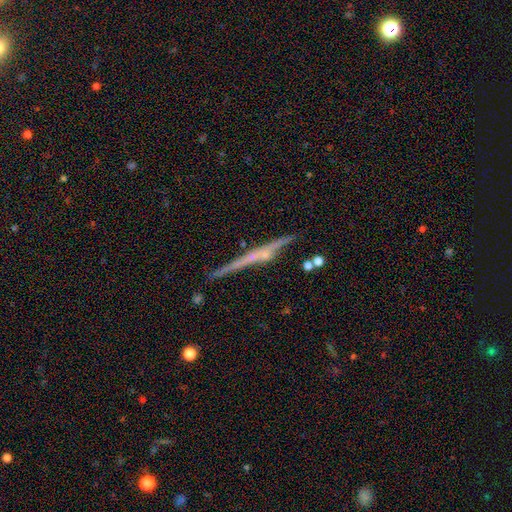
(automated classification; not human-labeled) The model was most divided on "edge-on bulge": none: 48%, rounded: 40%, boxy: 12%. More confident: edge-on disk — yes (97%); merging — none (81%); smooth or featured — featured or disk (72%).